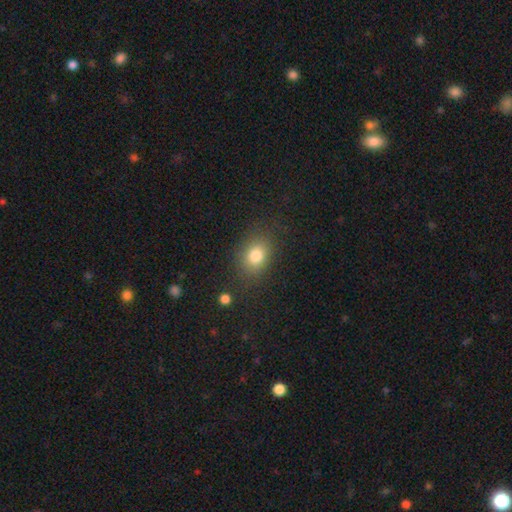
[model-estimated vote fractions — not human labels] Q: Smooth or featured?
A: smooth (80%); runner-up: star or artifact (12%)
Q: How rounded?
A: in between (58%); runner-up: round (41%)
Q: Merging?
A: none (80%); runner-up: minor disturbance (13%)